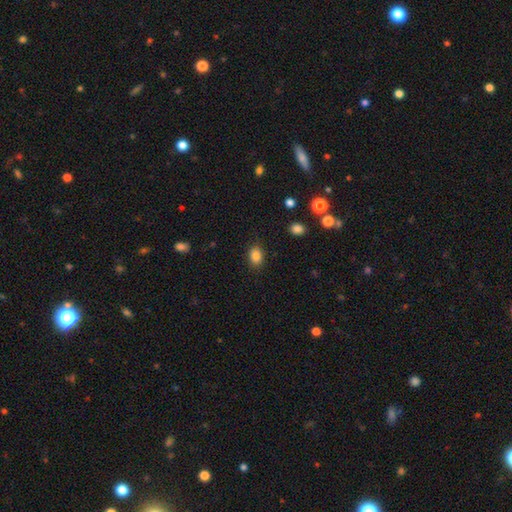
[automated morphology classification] smooth_or_featured: smooth (p=0.85) [alt: star or artifact p=0.10]
how_rounded: in between (p=0.72) [alt: round p=0.27]
merging: none (p=0.84) [alt: minor disturbance p=0.11]